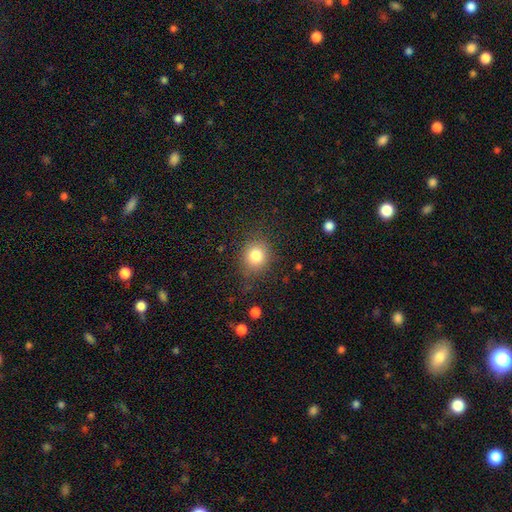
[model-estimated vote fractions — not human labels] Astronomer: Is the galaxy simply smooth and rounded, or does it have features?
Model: smooth — 81%.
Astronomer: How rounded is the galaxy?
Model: round — 79%.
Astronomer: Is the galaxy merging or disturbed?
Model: none — 80%.